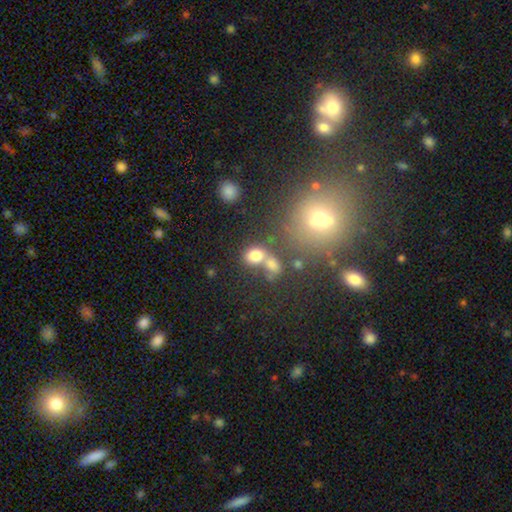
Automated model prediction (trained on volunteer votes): Smooth or featured? smooth (75%)
How rounded? in between (50%)
Merging? merger (41%)